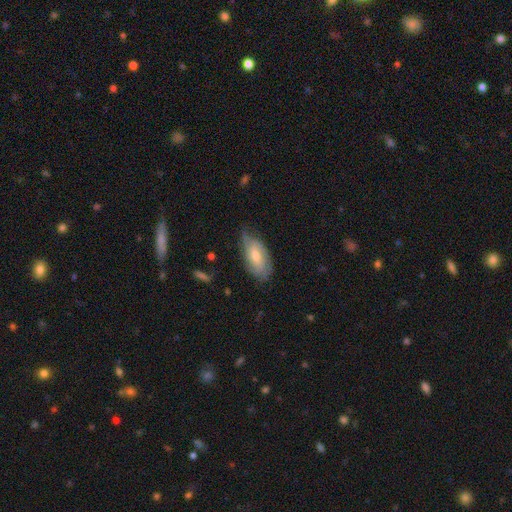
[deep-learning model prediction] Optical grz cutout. It shows a featured or disk galaxy (51%). Merging: none (57%).